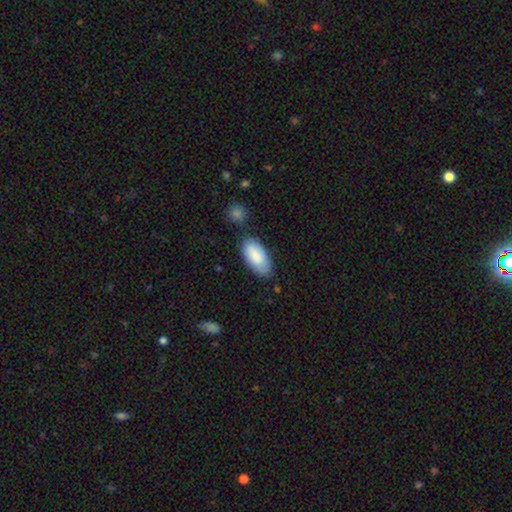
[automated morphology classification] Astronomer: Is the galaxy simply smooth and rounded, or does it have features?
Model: smooth — 86%.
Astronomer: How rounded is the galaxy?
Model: in between — 92%.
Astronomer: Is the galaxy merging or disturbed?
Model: none — 72%.